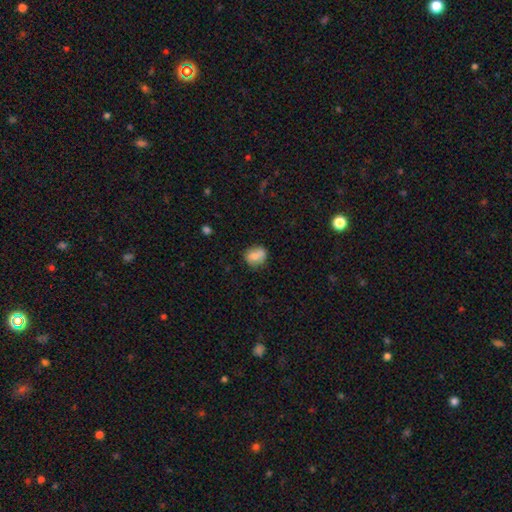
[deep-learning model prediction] The model was most divided on "how rounded": round: 67%, in between: 32%, cigar-shaped: 1%. More confident: smooth or featured — smooth (74%); merging — none (61%).